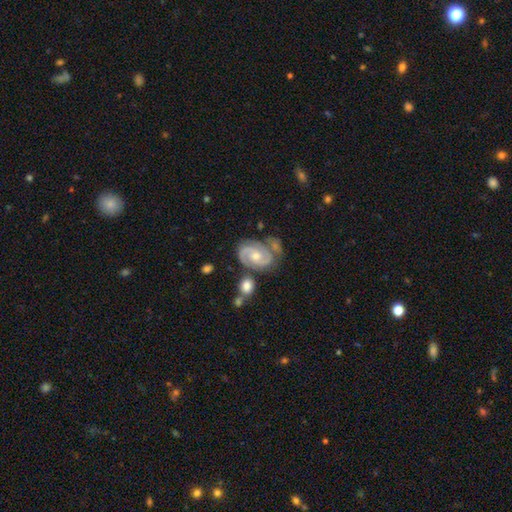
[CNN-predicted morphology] Smooth or featured?
  - featured or disk: 85% *
  - smooth: 10%
  - star or artifact: 5%
Edge-on disk?
  - no: 97% *
  - yes: 3%
Bar?
  - no: 61% *
  - weak: 32%
  - strong: 7%
Spiral arms?
  - yes: 96% *
  - no: 4%
Spiral winding?
  - tight: 48% *
  - medium: 43%
  - loose: 10%
Spiral arm count?
  - 2: 82% *
  - 3: 7%
  - can't tell: 6%
  - 1: 2%
  - 4: 1%
  - more than 4: 1%
Bulge size?
  - moderate: 54% *
  - small: 42%
  - large: 2%
  - none: 1%
  - dominant: 1%
Merging?
  - none: 57% *
  - minor disturbance: 20%
  - merger: 14%
  - major disturbance: 8%